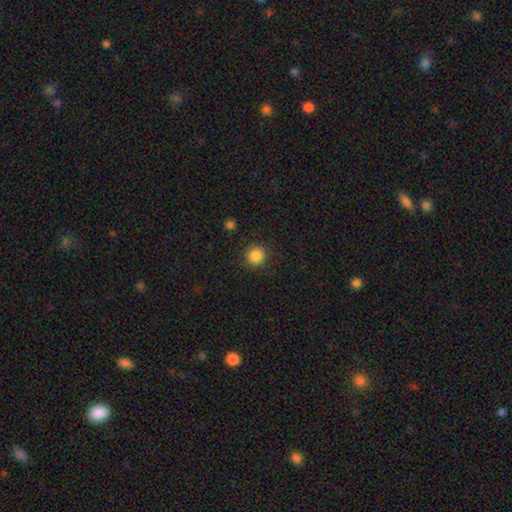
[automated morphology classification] smooth_or_featured: smooth (p=0.86) [alt: star or artifact p=0.11]
how_rounded: round (p=0.94) [alt: in between p=0.05]
merging: none (p=0.89) [alt: minor disturbance p=0.07]